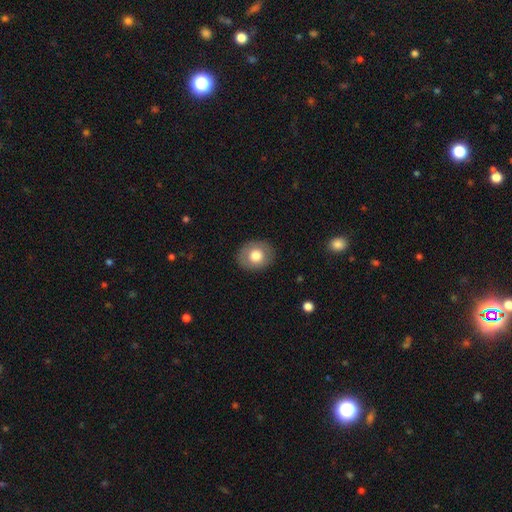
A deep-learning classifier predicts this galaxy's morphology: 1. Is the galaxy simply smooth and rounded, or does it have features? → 75% smooth, 18% featured or disk, 7% star or artifact.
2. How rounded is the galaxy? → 59% round, 40% in between, 1% cigar-shaped.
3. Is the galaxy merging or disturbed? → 88% none, 8% minor disturbance, 2% major disturbance, 1% merger.